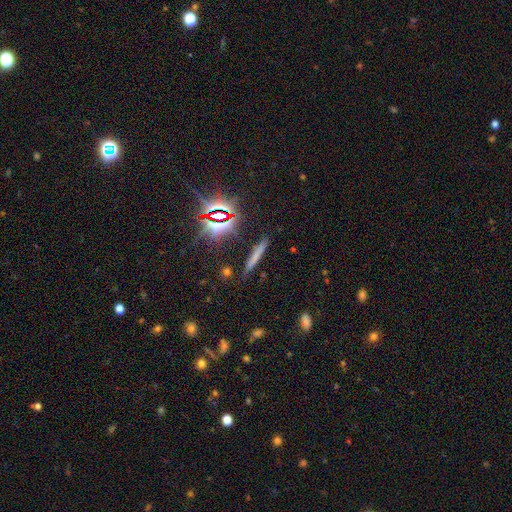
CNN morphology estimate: Smooth or featured? smooth (58%)
How rounded? cigar-shaped (92%)
Merging? none (83%)